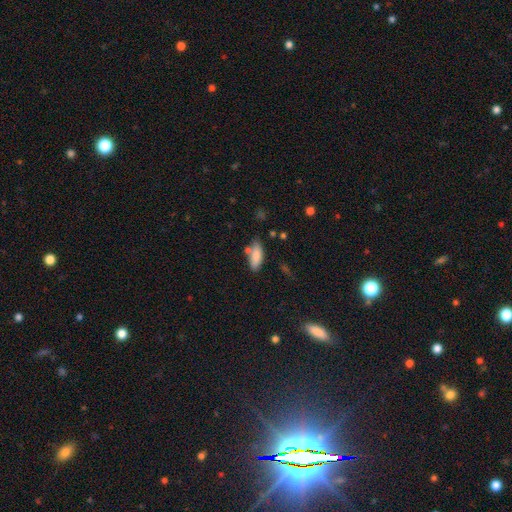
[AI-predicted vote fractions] A smooth galaxy with no disk features (85%) that is in between round and cigar-shaped (74%). Merging: none (68%).